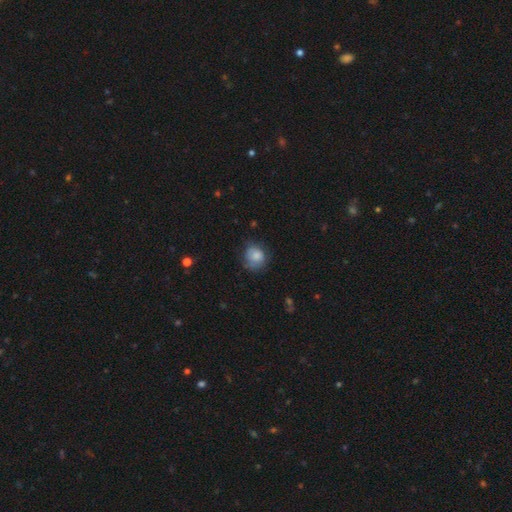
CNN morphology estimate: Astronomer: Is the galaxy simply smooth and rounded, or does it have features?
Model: smooth — 79%.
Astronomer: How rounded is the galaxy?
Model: round — 77%.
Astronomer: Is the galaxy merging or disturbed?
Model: none — 63%.